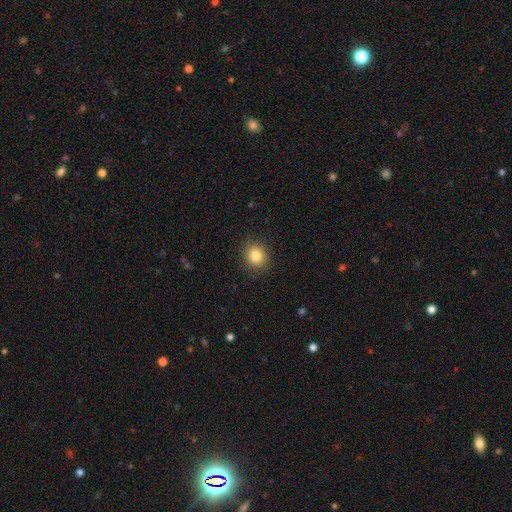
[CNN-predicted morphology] Smooth or featured: smooth — 83% (star or artifact — 11%)
How rounded: round — 82% (in between — 17%)
Merging: none — 89% (minor disturbance — 7%)